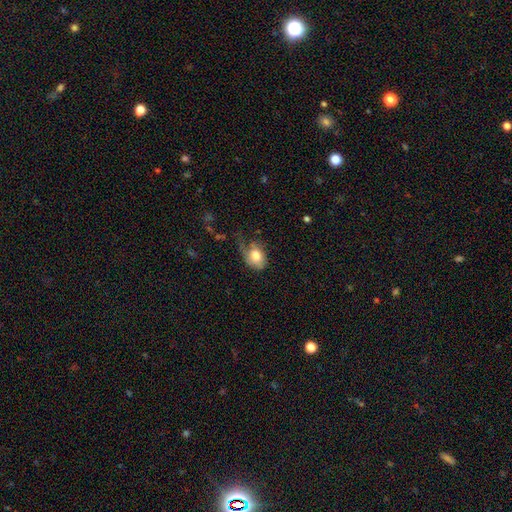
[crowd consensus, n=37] Volunteers were most divided on "merging": major disturbance: 43%, minor disturbance: 35%, none: 16%, merger: 5%. More confident: how rounded — in between (79%); smooth or featured — smooth (78%).